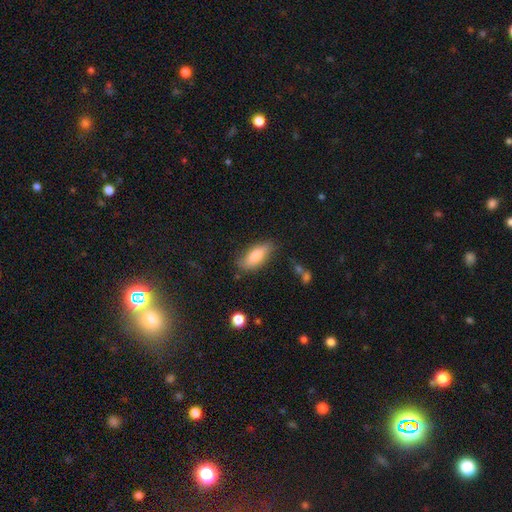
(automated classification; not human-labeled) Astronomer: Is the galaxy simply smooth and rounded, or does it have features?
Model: smooth — 80%.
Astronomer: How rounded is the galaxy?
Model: in between — 78%.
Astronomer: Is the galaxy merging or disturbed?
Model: none — 75%.